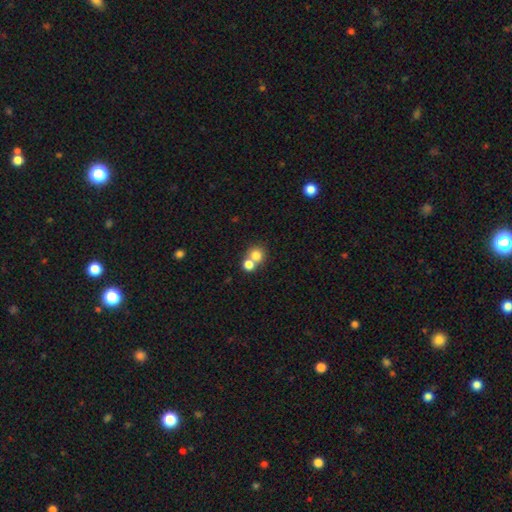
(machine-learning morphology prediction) Smooth or featured?
  - smooth: 78% *
  - star or artifact: 11%
  - featured or disk: 11%
How rounded?
  - round: 84% *
  - in between: 15%
  - cigar-shaped: 1%
Merging?
  - merger: 50% *
  - none: 42%
  - minor disturbance: 5%
  - major disturbance: 3%